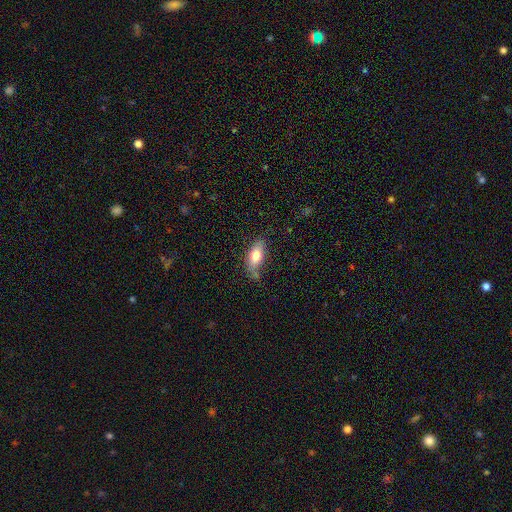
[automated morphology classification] Smooth or featured? smooth (74%)
How rounded? in between (85%)
Merging? none (61%)